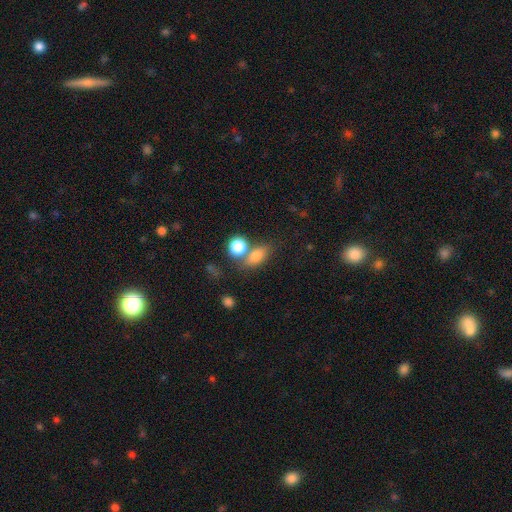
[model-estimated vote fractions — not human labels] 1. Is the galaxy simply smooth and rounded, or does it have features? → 79% smooth, 11% featured or disk, 11% star or artifact.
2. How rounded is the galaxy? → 70% in between, 23% round, 6% cigar-shaped.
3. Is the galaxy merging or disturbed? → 46% none, 36% merger, 12% minor disturbance, 6% major disturbance.